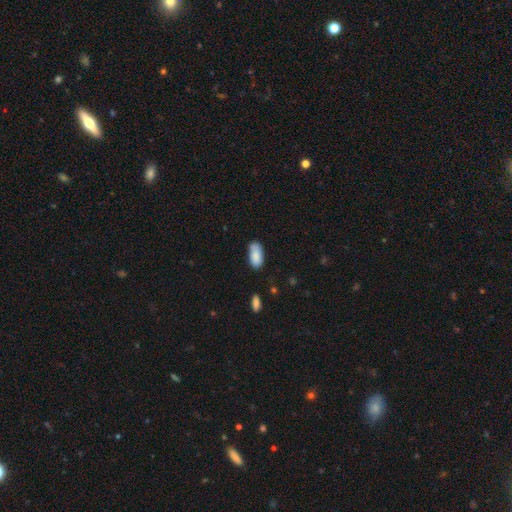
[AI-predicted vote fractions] smooth_or_featured: smooth (p=0.86) [alt: featured or disk p=0.08]
how_rounded: in between (p=0.93) [alt: cigar-shaped p=0.05]
merging: none (p=0.75) [alt: minor disturbance p=0.20]